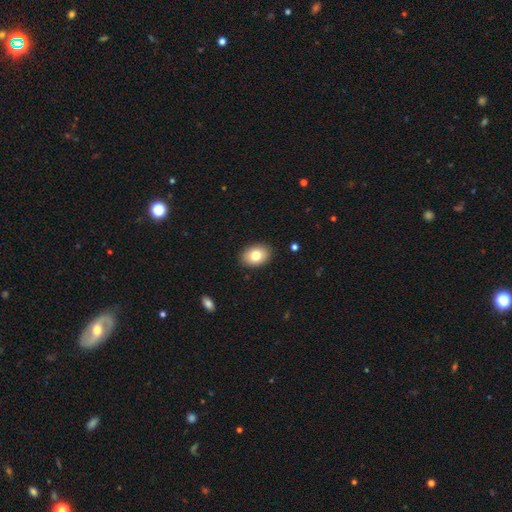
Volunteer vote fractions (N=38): A smooth galaxy with no disk features (87%) that is in between round and cigar-shaped (82%). Merging: none (89%).